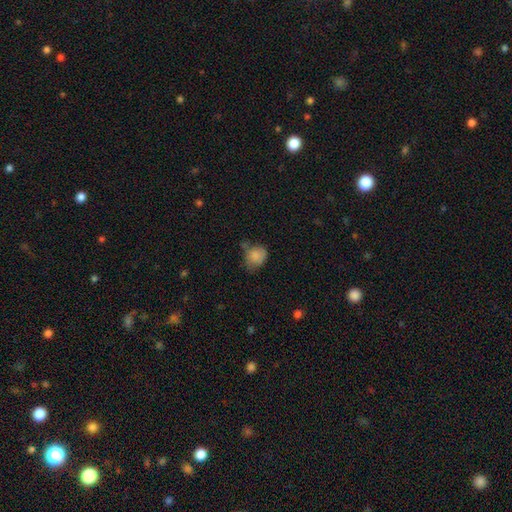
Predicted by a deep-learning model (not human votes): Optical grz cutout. It shows a smooth galaxy with no disk features (81%) that is round (59%). Merging: none (44%).